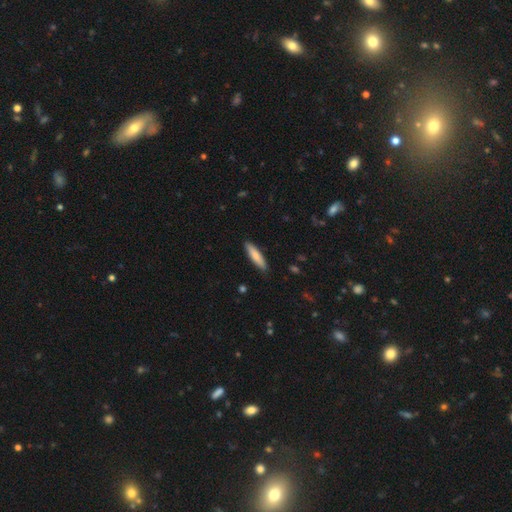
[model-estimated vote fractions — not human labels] smooth 79%, featured or disk 15%, star or artifact 5%. Down the decision tree: how rounded — cigar-shaped (75%); merging — none (89%).